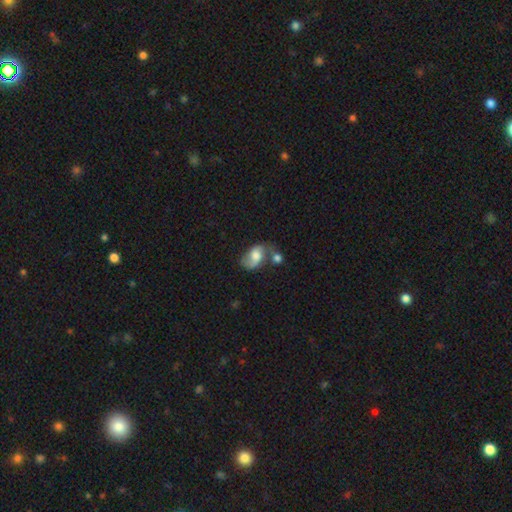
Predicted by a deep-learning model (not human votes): Morphology: type=featured or disk (59%); edge-on=no (97%); bar=no (54%); spiral arms=yes (86%); bulge=moderate (42%); merging=none (38%).